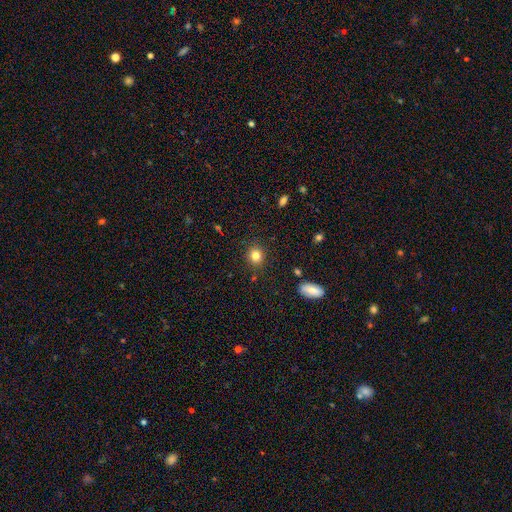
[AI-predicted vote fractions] Smooth or featured? Predicted: smooth (p=0.82). How rounded? Predicted: round (p=0.80). Merging? Predicted: none (p=0.88).